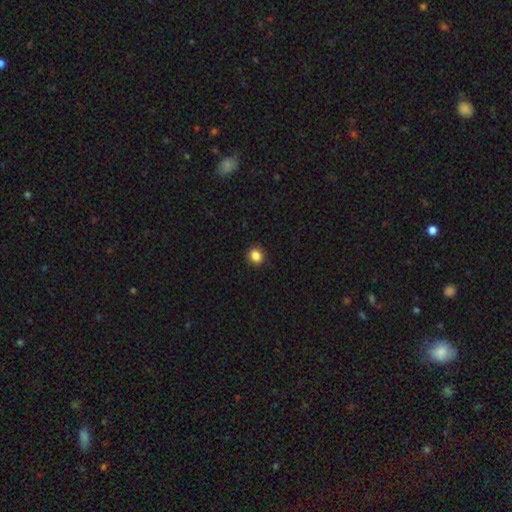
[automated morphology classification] Smooth or featured: smooth — 86% (star or artifact — 11%)
How rounded: round — 85% (in between — 14%)
Merging: none — 92% (minor disturbance — 6%)